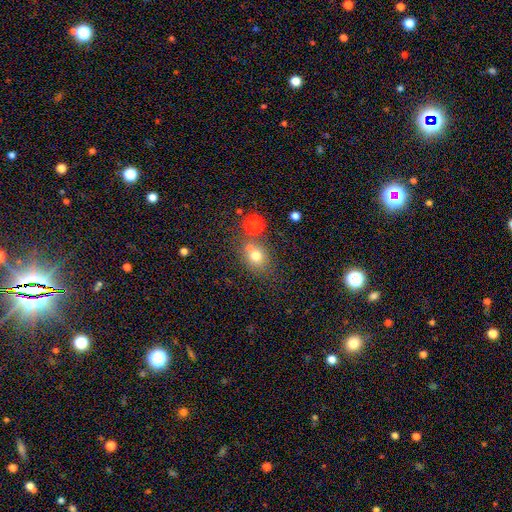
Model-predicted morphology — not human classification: Smooth or featured? smooth (71%)
How rounded? round (64%)
Merging? none (54%)